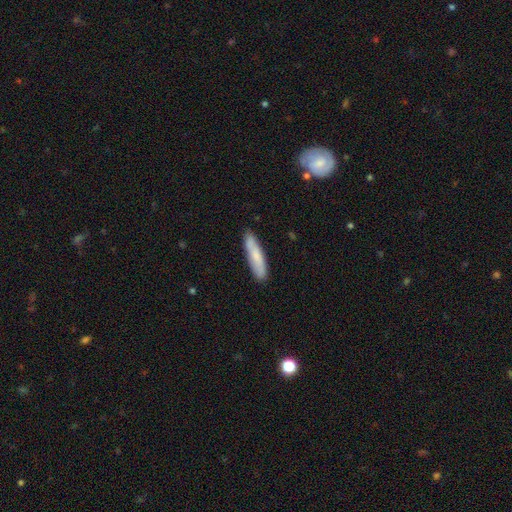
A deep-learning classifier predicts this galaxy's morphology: A smooth galaxy with no disk features (73%) that is cigar-shaped (81%).

Vote fractions:
- Smooth or featured? smooth: 73% / featured or disk: 21% / star or artifact: 6%
- How rounded? cigar-shaped: 81% / in between: 18% / round: 1%
- Merging? none: 85% / minor disturbance: 12% / major disturbance: 2% / merger: 2%